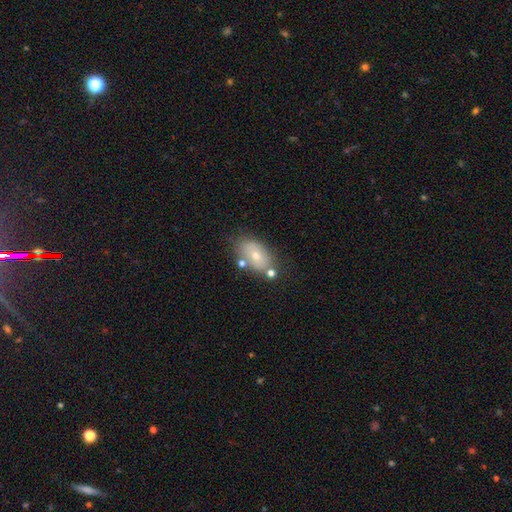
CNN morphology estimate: smooth 63%, featured or disk 28%, star or artifact 9%. Down the decision tree: how rounded — in between (87%); merging — none (62%).